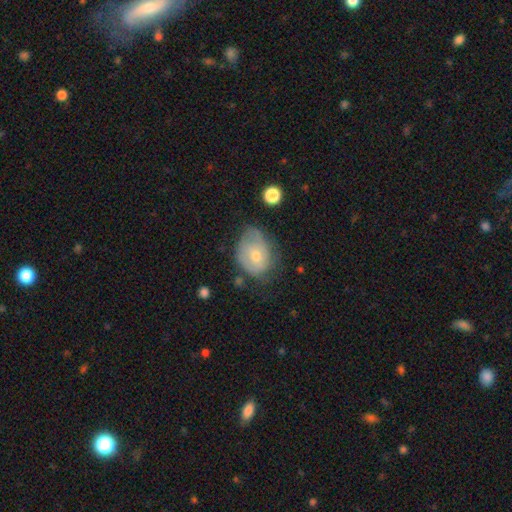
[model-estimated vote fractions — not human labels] Smooth or featured? Predicted: smooth (p=0.47). Merging? Predicted: none (p=0.44).